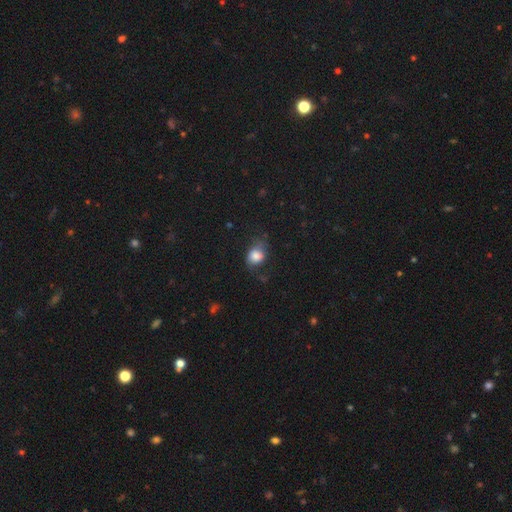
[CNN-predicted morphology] Smooth or featured?
  - smooth: 77% *
  - featured or disk: 14%
  - star or artifact: 9%
How rounded?
  - in between: 60% *
  - round: 39%
  - cigar-shaped: 1%
Merging?
  - none: 47% *
  - minor disturbance: 33%
  - major disturbance: 17%
  - merger: 3%